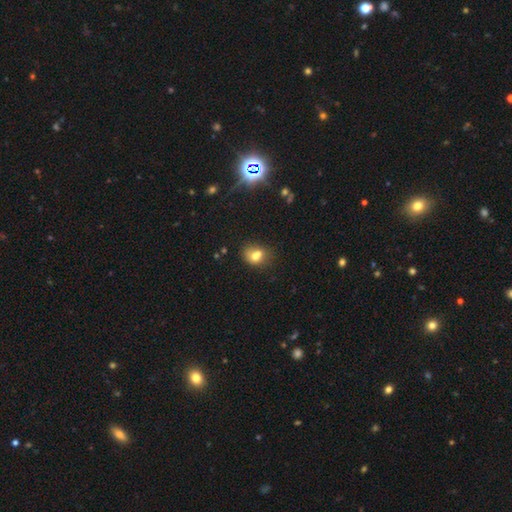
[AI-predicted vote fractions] Smooth or featured: smooth — 71% (featured or disk — 16%)
How rounded: in between — 51% (round — 47%)
Merging: none — 44% (merger — 29%)